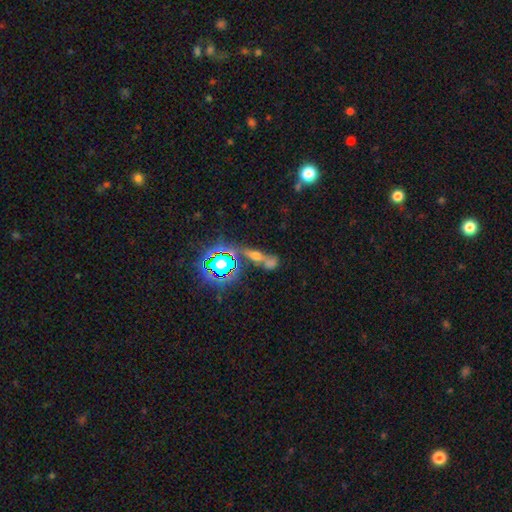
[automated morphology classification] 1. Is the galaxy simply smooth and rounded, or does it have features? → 39% smooth, 36% star or artifact, 25% featured or disk.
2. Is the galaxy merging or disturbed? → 42% merger, 41% none, 10% minor disturbance, 7% major disturbance.